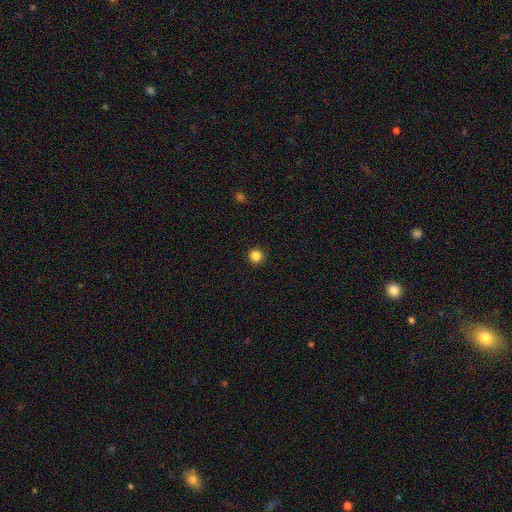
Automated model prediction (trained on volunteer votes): A smooth galaxy with no disk features (85%) that is round (96%). Merging: none (93%).